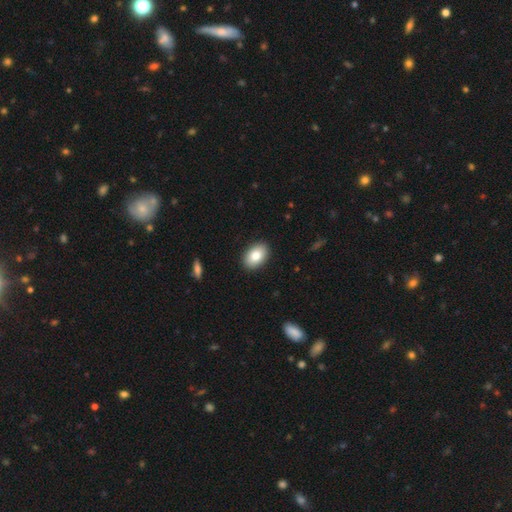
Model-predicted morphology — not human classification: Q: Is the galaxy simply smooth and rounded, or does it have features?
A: smooth — 83%.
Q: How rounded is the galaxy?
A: in between — 88%.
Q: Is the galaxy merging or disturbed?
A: none — 90%.